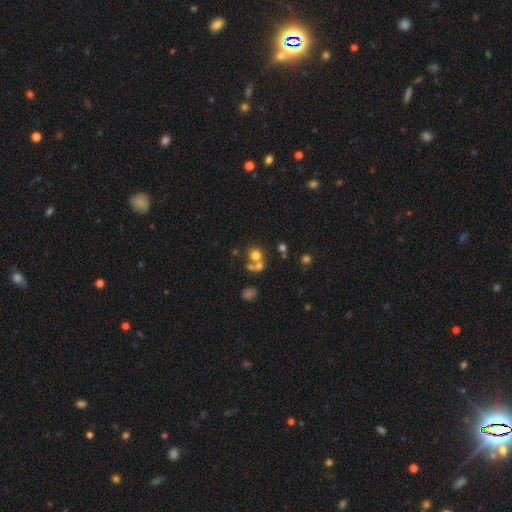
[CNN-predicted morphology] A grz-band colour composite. It shows a smooth galaxy with no disk features (68%) that is round (84%). Merging: none (44%, tied with merger).